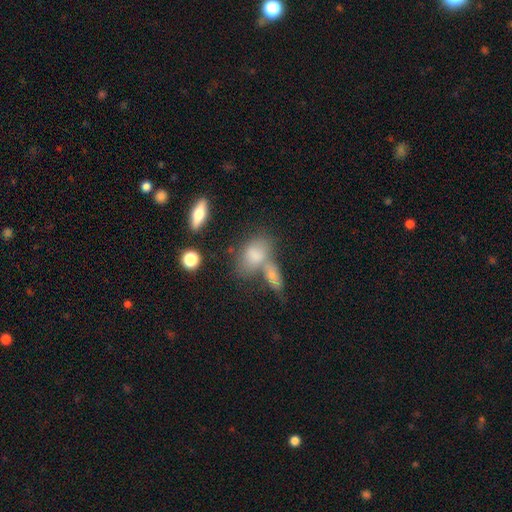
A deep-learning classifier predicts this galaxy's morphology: The model was most divided on "merging": merger: 50%, none: 29%, minor disturbance: 13%, major disturbance: 8%. More confident: how rounded — in between (85%); smooth or featured — smooth (72%).